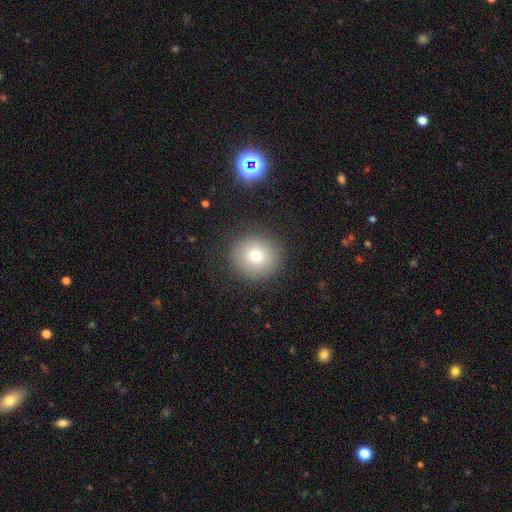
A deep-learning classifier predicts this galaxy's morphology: Smooth or featured: smooth — 73% (star or artifact — 14%)
How rounded: round — 95% (in between — 4%)
Merging: none — 89% (minor disturbance — 6%)